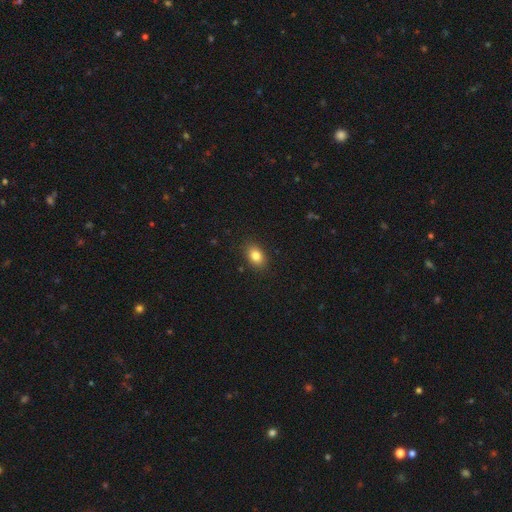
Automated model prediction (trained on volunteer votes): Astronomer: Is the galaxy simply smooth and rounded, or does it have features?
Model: smooth — 83%.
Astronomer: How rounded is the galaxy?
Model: in between — 81%.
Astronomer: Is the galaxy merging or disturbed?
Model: none — 87%.